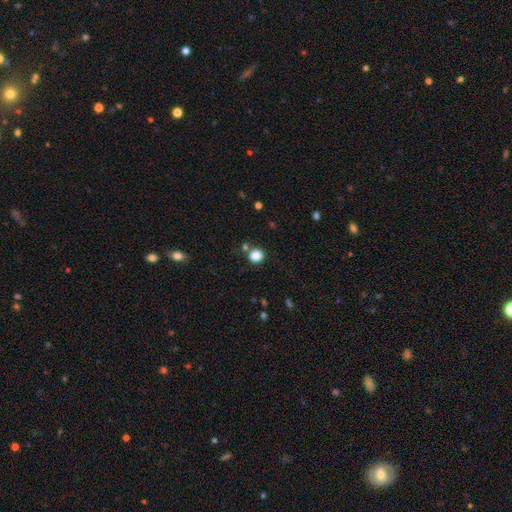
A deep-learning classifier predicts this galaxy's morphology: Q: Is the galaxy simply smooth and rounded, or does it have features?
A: smooth — 84%.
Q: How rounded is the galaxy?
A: round — 86%.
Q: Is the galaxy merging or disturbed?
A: none — 77%.